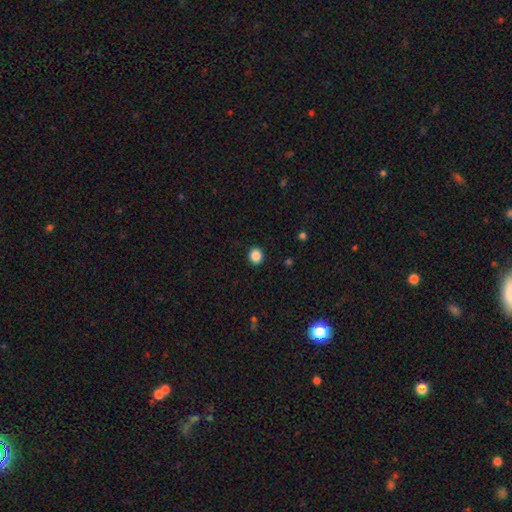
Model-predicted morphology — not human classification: This appears to be a smooth galaxy with no disk features (87%) that is round (82%). Merging: none (92%).